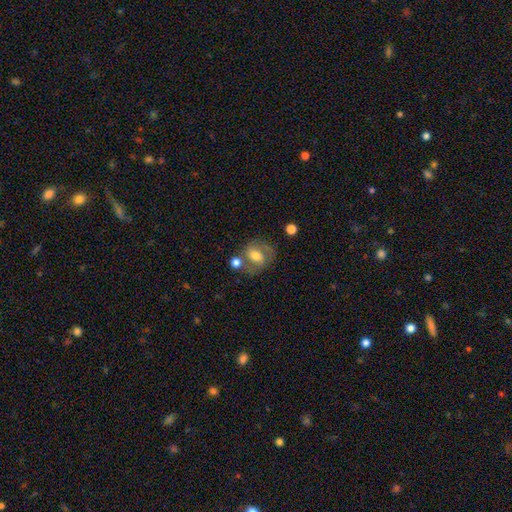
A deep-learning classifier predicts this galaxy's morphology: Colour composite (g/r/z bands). It shows a smooth galaxy with no disk features (55%) that is round (54%). Merging: none (53%).